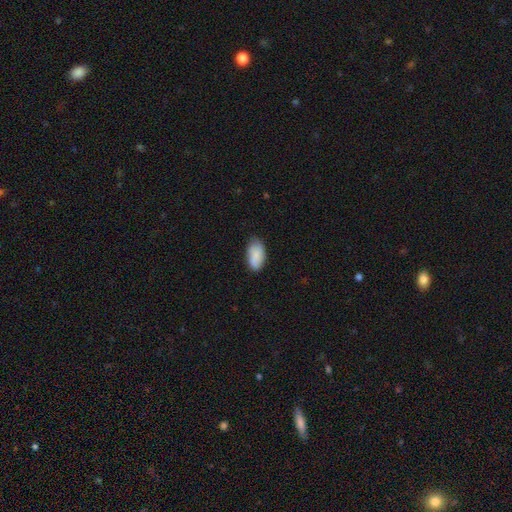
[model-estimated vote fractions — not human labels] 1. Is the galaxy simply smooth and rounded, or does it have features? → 82% smooth, 11% featured or disk, 7% star or artifact.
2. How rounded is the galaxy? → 93% in between, 4% round, 3% cigar-shaped.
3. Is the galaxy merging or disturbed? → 73% none, 22% minor disturbance, 4% major disturbance, 1% merger.